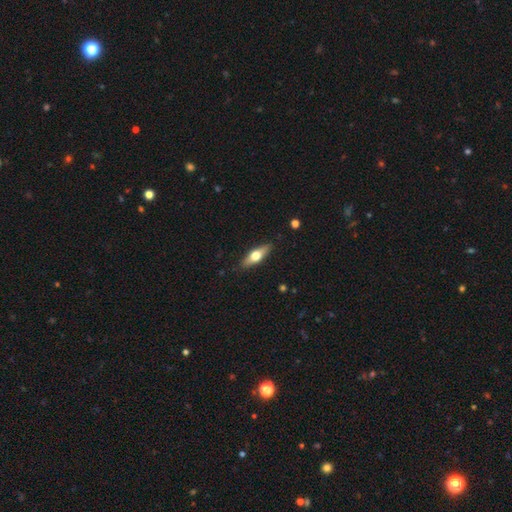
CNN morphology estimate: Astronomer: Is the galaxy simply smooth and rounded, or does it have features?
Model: smooth — 48% (runner-up: featured or disk, 46%).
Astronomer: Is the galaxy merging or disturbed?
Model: none — 88%.